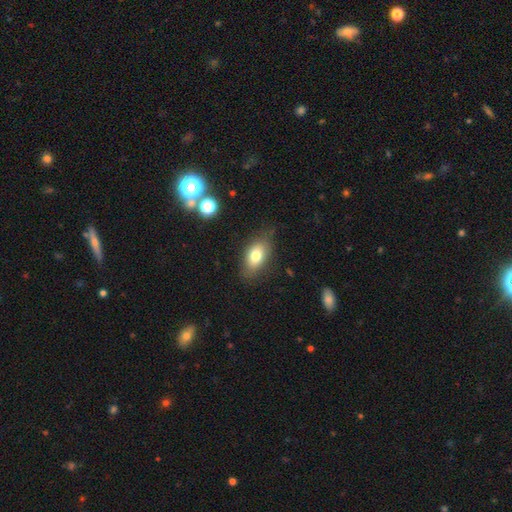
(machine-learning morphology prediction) Overall: smooth (76%). How rounded: in between (88%). Merging: none (77%).